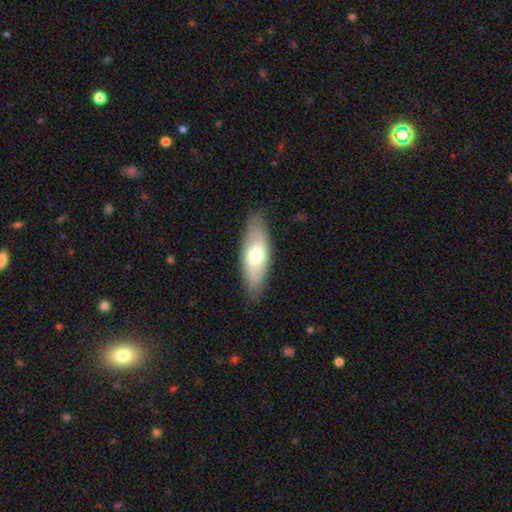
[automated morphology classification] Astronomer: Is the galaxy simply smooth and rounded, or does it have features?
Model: smooth — 61%.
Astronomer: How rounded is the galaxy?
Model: in between — 70%.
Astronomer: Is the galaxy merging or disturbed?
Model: none — 84%.